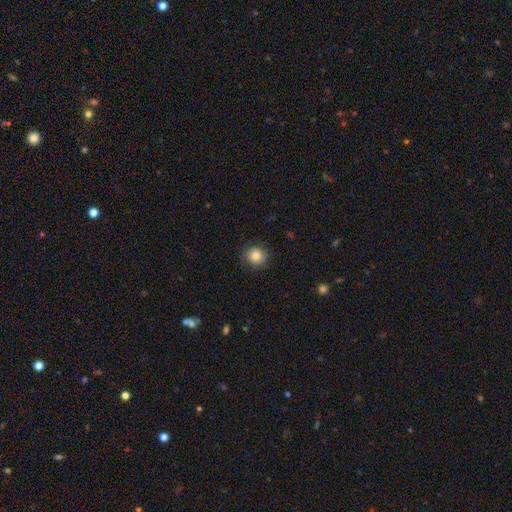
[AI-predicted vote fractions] This appears to be a smooth galaxy with no disk features (82%) that is round (89%). Merging: none (82%).